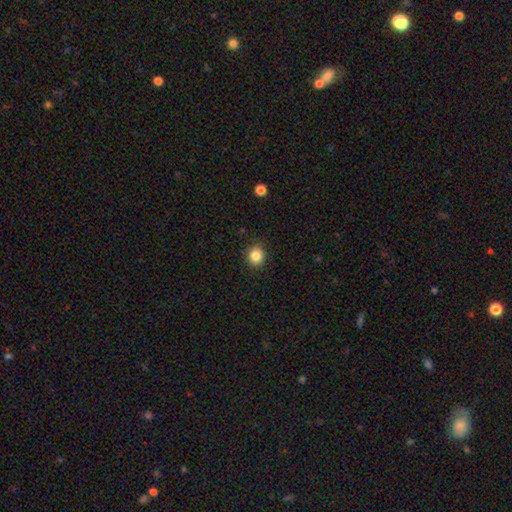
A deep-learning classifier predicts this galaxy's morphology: This appears to be a smooth galaxy with no disk features (85%) that is round (79%). Merging: none (90%).